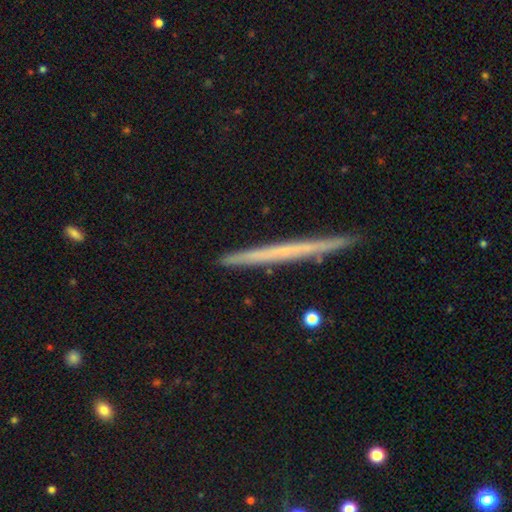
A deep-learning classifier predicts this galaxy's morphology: type=featured or disk (50%); merging=none (87%).